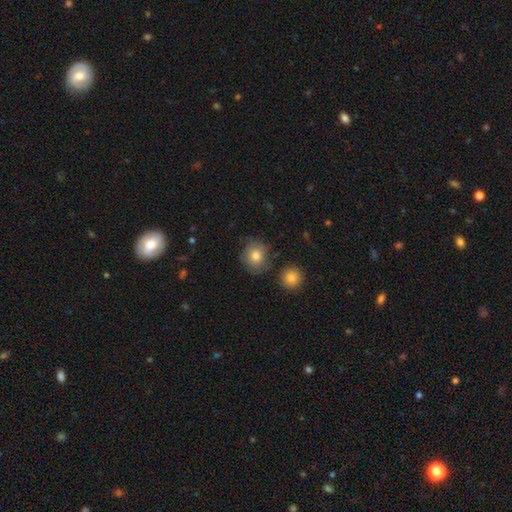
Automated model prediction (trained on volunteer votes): The model was most divided on "merging": none: 74%, minor disturbance: 16%, major disturbance: 5%, merger: 5%. More confident: how rounded — round (83%); smooth or featured — smooth (79%).